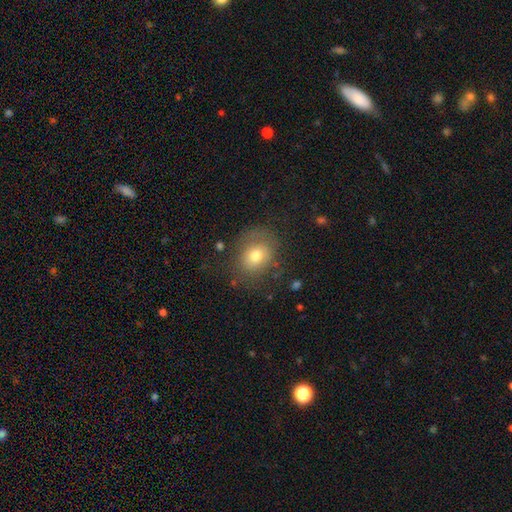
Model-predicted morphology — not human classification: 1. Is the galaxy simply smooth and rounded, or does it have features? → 71% smooth, 18% featured or disk, 11% star or artifact.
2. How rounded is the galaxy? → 55% round, 44% in between, 1% cigar-shaped.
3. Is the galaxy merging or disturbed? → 69% none, 19% minor disturbance, 10% major disturbance, 2% merger.